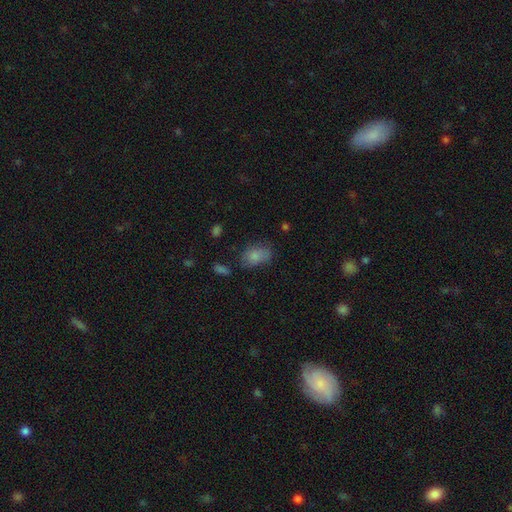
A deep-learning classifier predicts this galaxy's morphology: Smooth or featured? Predicted: smooth (p=0.81). How rounded? Predicted: in between (p=0.85). Merging? Predicted: none (p=0.57).